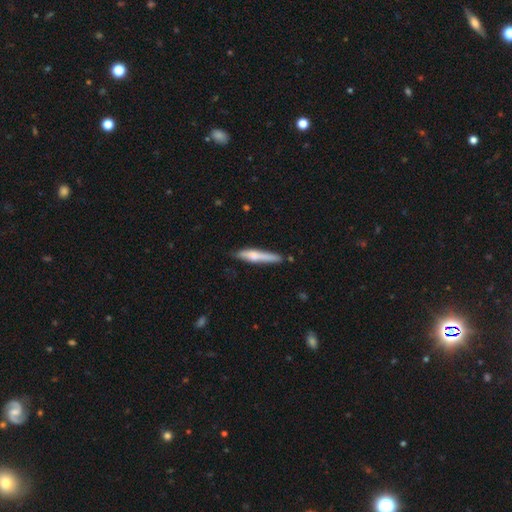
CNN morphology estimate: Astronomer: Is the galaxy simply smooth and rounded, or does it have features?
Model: smooth — 63%.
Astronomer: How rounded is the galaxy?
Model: cigar-shaped — 89%.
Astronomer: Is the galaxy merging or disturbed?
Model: none — 69%.